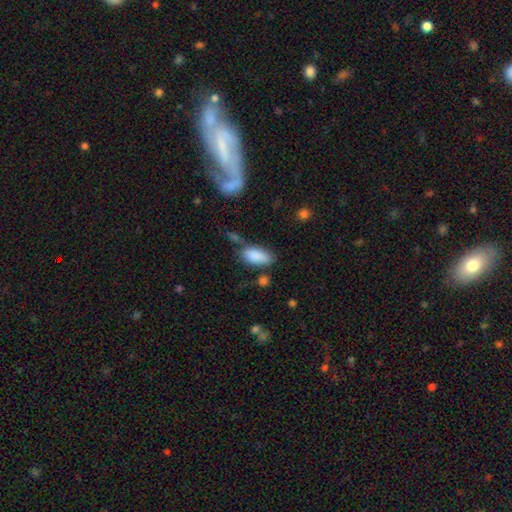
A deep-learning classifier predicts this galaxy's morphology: Smooth or featured?
  - smooth: 87% *
  - star or artifact: 7%
  - featured or disk: 6%
How rounded?
  - in between: 89% *
  - cigar-shaped: 8%
  - round: 3%
Merging?
  - none: 60% *
  - minor disturbance: 21%
  - merger: 11%
  - major disturbance: 7%